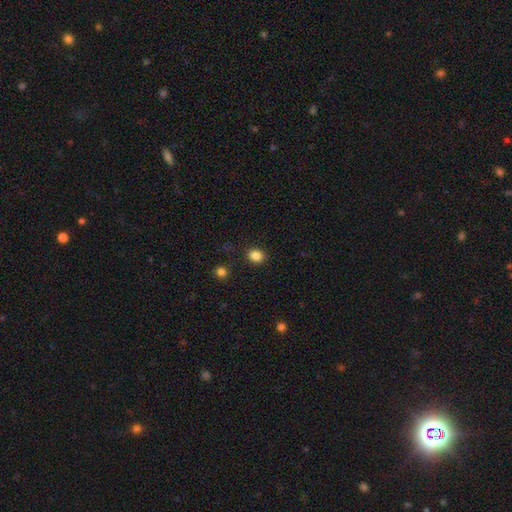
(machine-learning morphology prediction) type=smooth (85%); roundness=round (60%); merging=none (87%).